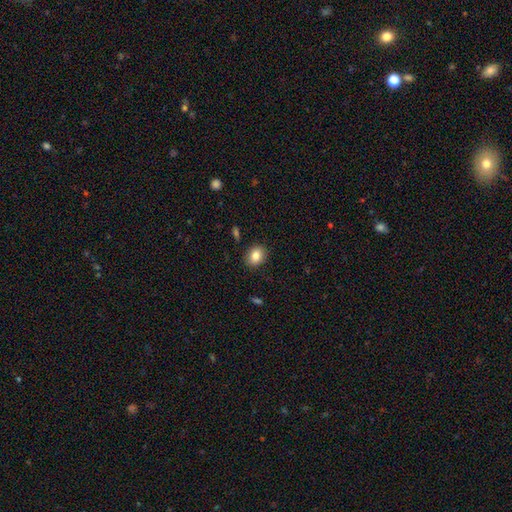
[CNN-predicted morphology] Q: Smooth or featured?
A: smooth (84%); runner-up: star or artifact (9%)
Q: How rounded?
A: in between (61%); runner-up: round (38%)
Q: Merging?
A: none (88%); runner-up: minor disturbance (9%)